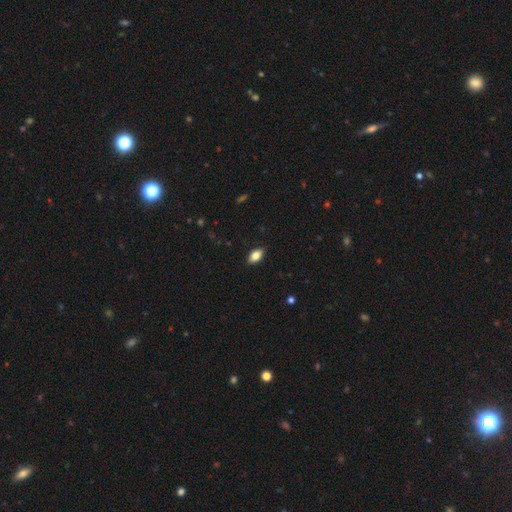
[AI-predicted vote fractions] This is clearly a smooth galaxy (83%). How rounded: clearly in between (90%). Merging: clearly none (87%).